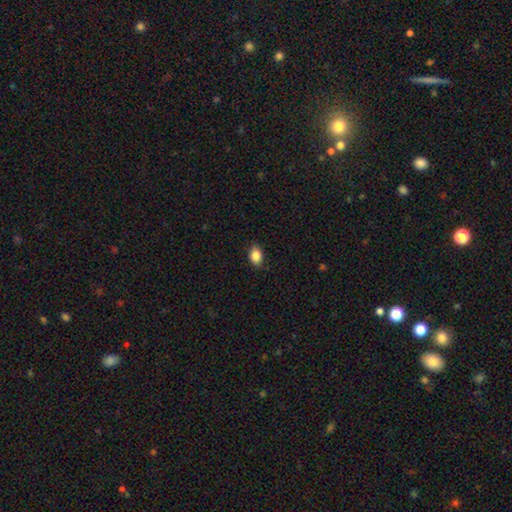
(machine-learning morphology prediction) smooth 86%, star or artifact 8%, featured or disk 6%. Down the decision tree: how rounded — in between (81%); merging — none (85%).